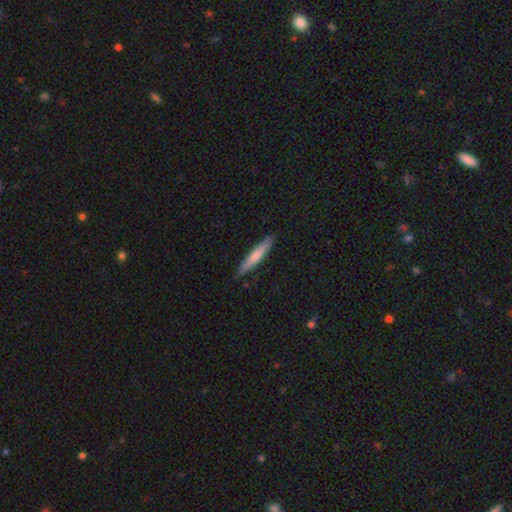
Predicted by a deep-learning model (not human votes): This appears to be a smooth galaxy with no disk features (65%) that is cigar-shaped (93%). Merging: none (89%).